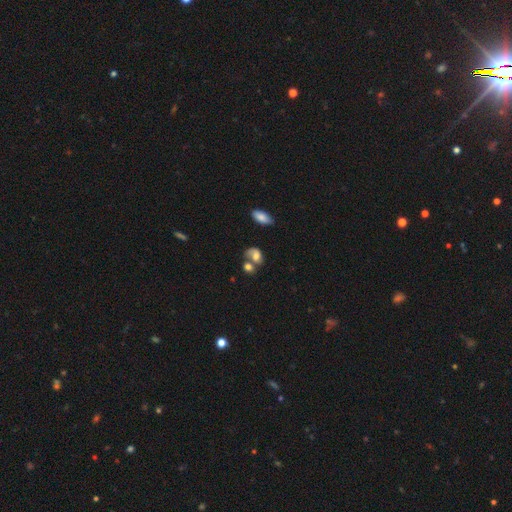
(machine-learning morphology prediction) Smooth or featured: smooth — 63% (featured or disk — 26%)
How rounded: in between — 64% (round — 34%)
Merging: merger — 49% (none — 26%)